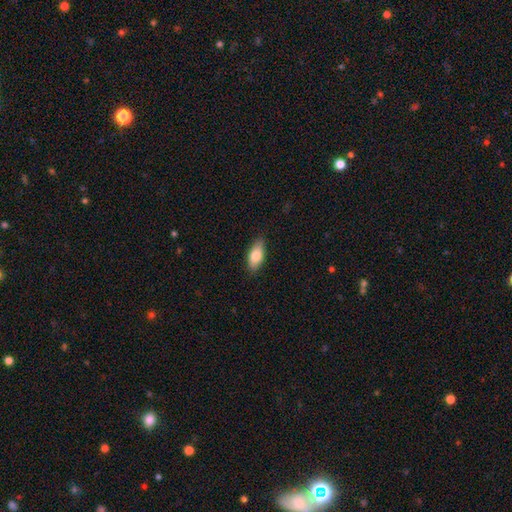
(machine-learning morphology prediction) type=smooth (80%); roundness=in between (83%); merging=none (86%).